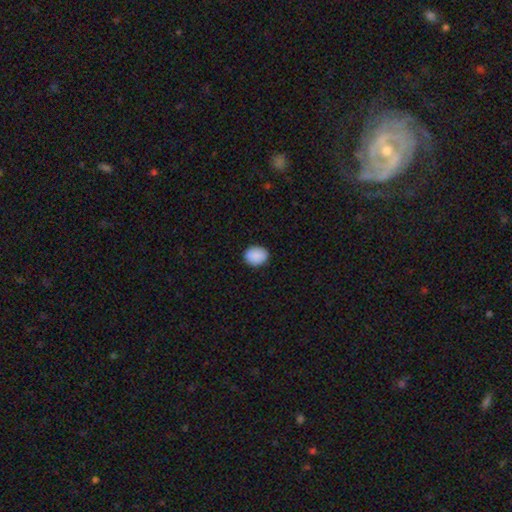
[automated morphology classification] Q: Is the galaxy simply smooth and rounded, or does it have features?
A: smooth — 90%.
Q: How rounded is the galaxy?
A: round — 51%.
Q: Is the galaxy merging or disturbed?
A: none — 89%.